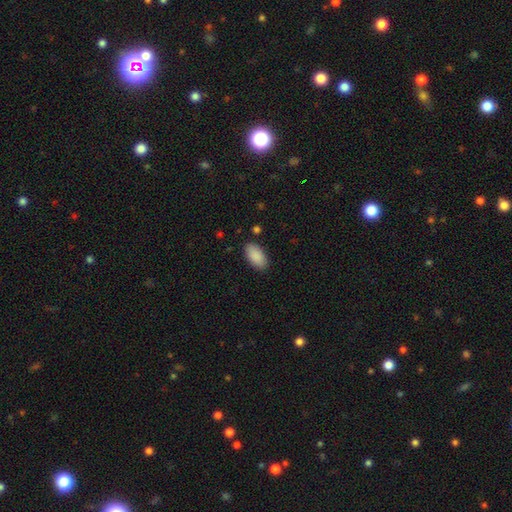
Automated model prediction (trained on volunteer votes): smooth 90%, star or artifact 6%, featured or disk 4%. Down the decision tree: how rounded — in between (94%); merging — none (87%).